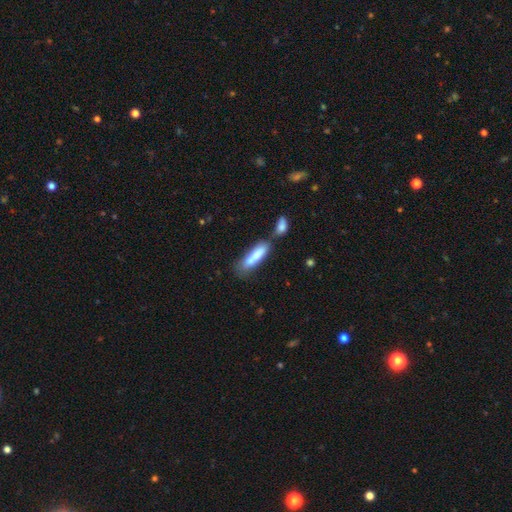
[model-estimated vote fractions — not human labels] Smooth or featured: smooth — 73% (featured or disk — 20%)
How rounded: cigar-shaped — 62% (in between — 36%)
Merging: merger — 46% (none — 31%)